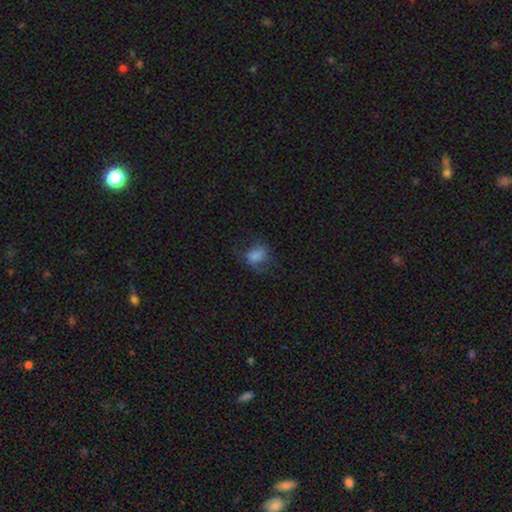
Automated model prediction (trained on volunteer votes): Smooth or featured: smooth — 65% (featured or disk — 20%)
How rounded: in between — 68% (round — 29%)
Merging: none — 49% (minor disturbance — 25%)